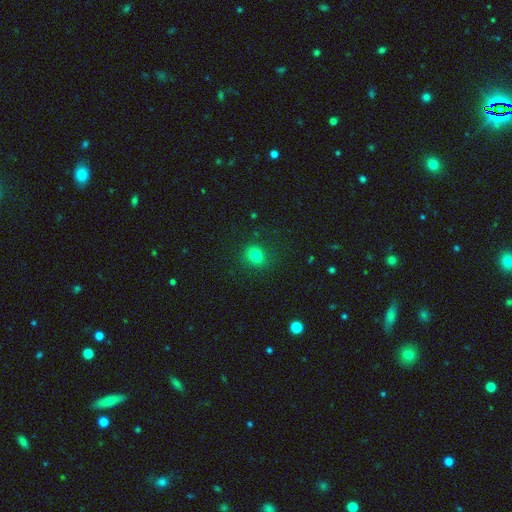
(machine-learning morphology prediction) Smooth or featured? smooth (79%)
How rounded? round (65%)
Merging? none (84%)